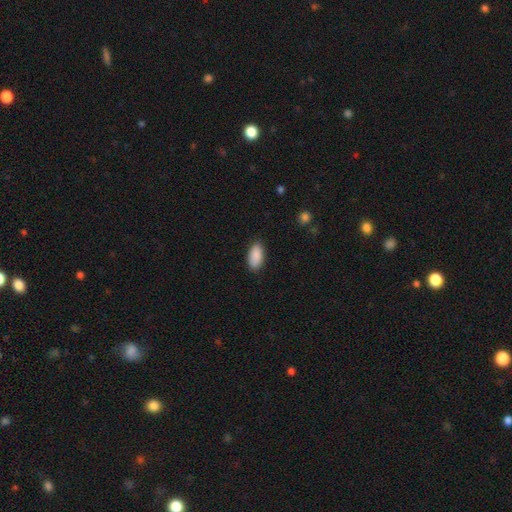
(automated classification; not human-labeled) This is clearly a smooth galaxy (90%). How rounded: clearly in between (91%). Merging: clearly none (87%).